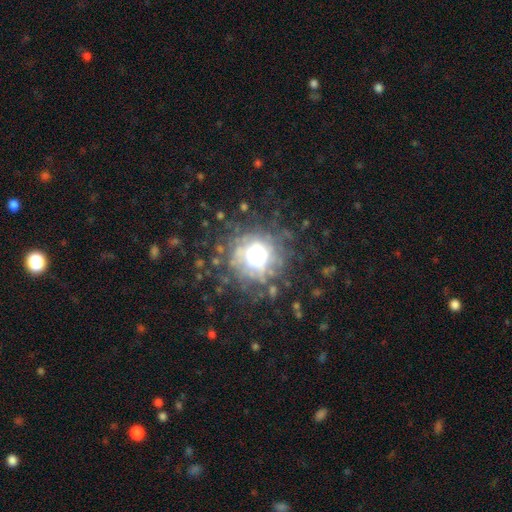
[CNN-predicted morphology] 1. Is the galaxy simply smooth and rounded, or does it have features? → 48% featured or disk, 33% smooth, 19% star or artifact.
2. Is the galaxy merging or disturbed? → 57% none, 21% major disturbance, 18% minor disturbance, 4% merger.